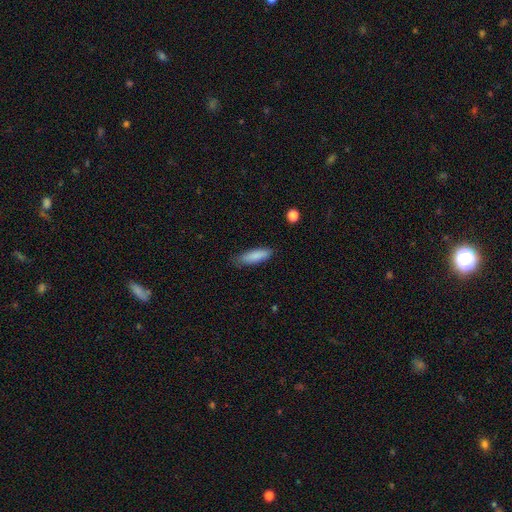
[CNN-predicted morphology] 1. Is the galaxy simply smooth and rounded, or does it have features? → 86% smooth, 8% featured or disk, 6% star or artifact.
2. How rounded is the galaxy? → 57% cigar-shaped, 41% in between, 1% round.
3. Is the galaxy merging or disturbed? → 82% none, 14% minor disturbance, 3% major disturbance, 1% merger.